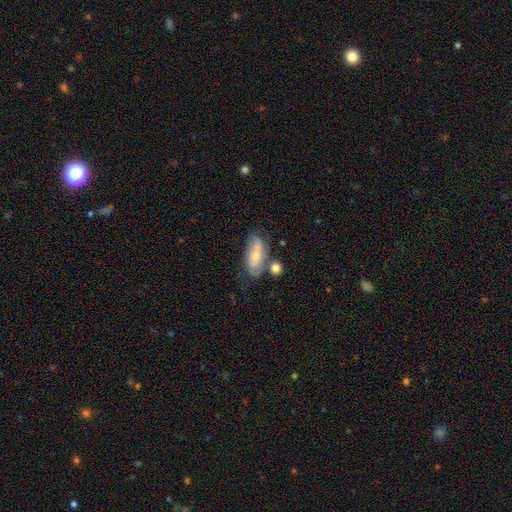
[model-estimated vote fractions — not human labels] The model was most divided on "smooth or featured": smooth: 50%, featured or disk: 43%, star or artifact: 8%. Remaining: merging — none (49%).